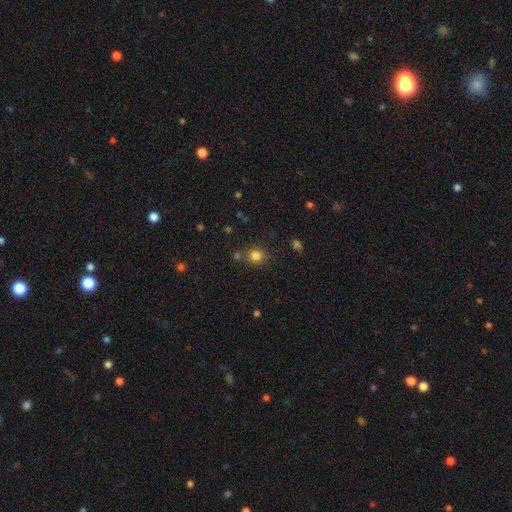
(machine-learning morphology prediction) This appears to be a smooth galaxy with no disk features (82%) that is round (88%). Merging: none (78%).